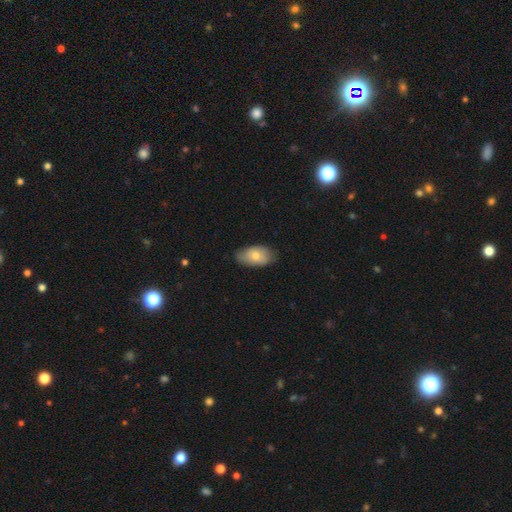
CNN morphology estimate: This is likely a smooth galaxy (75%). How rounded: clearly in between (93%). Merging: likely none (72%).